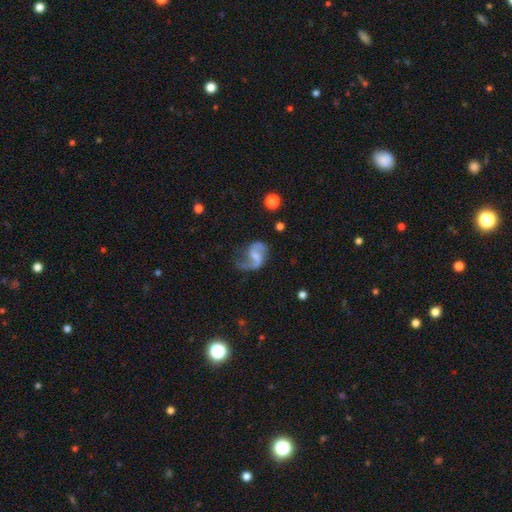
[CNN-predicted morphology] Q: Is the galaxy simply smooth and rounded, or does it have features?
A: featured or disk — 82%.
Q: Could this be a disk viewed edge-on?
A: no — 98%.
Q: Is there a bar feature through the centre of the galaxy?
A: weak — 51%.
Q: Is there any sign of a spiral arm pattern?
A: yes — 94%.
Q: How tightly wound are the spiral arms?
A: loose — 62%.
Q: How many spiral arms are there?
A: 2 — 82%.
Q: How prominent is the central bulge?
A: none — 39%.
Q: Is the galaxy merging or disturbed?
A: none — 54%.